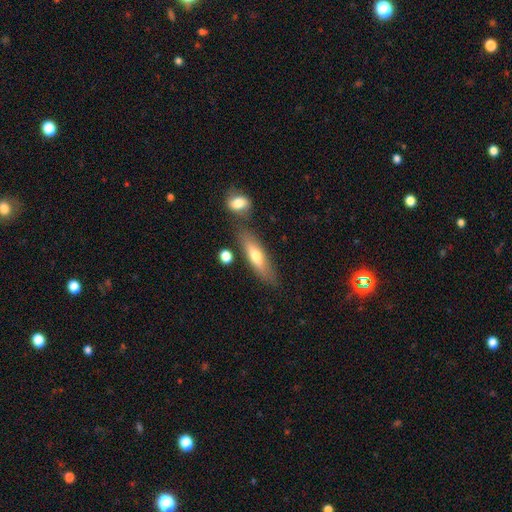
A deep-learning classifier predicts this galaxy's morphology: This is likely a smooth galaxy (61%). How rounded: likely cigar-shaped (60%). Merging: likely none (74%).